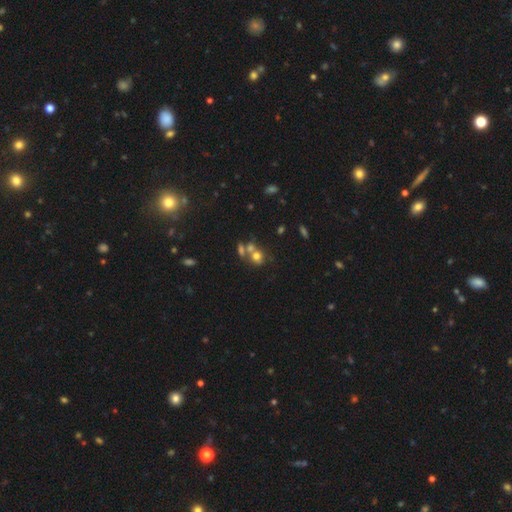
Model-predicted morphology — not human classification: This is possibly a smooth galaxy (60%). How rounded: likely round (72%). Merging: marginally merger (44%).